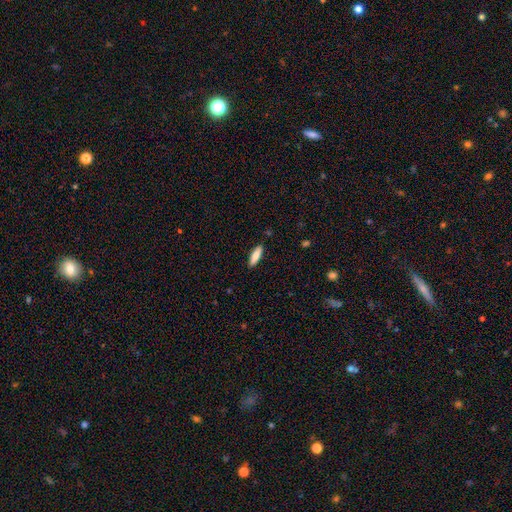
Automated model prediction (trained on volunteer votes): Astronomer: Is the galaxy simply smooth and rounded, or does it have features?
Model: smooth — 79%.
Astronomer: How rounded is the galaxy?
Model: cigar-shaped — 53% (runner-up: in between, 45%).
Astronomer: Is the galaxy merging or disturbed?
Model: none — 89%.